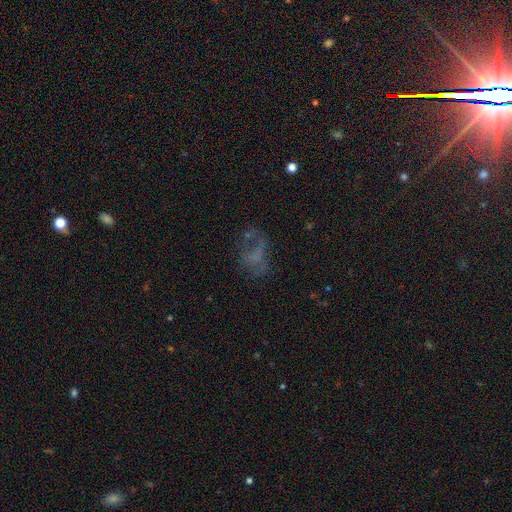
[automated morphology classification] Smooth or featured? featured or disk (40%)
Merging? none (38%)